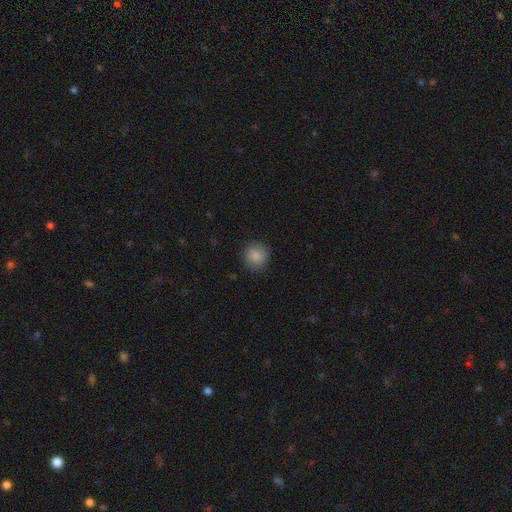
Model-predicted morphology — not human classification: smooth 86%, star or artifact 8%, featured or disk 5%. Down the decision tree: how rounded — round (89%); merging — none (85%).